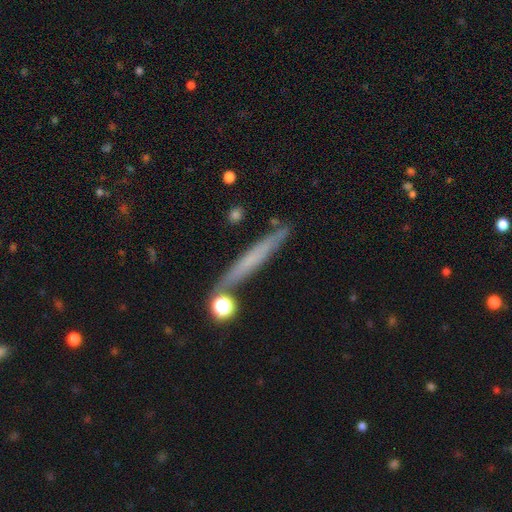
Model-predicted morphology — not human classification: smooth-or-featured: smooth: 46% | featured or disk: 43% | star or artifact: 11%
  merging: none: 79% | minor disturbance: 12% | merger: 5% | major disturbance: 3%